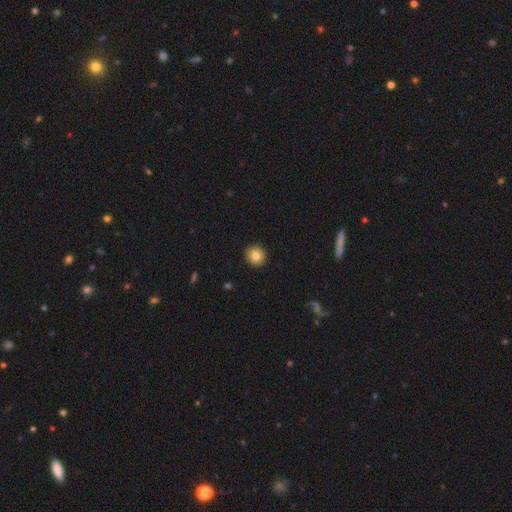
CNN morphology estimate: A smooth galaxy with no disk features (82%) that is round (92%). Merging: none (91%).